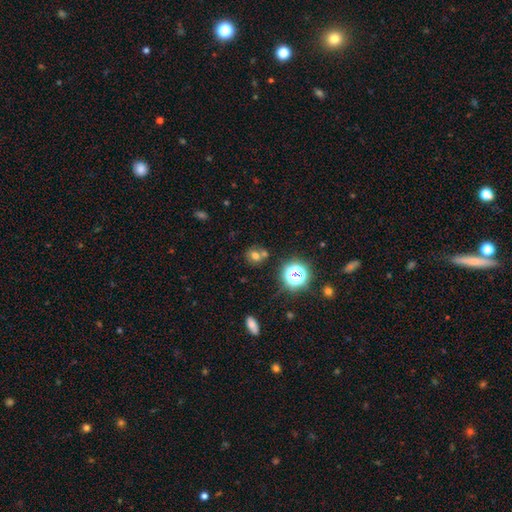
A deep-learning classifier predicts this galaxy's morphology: Smooth or featured? Predicted: smooth (p=0.64). How rounded? Predicted: round (p=0.71). Merging? Predicted: none (p=0.58).